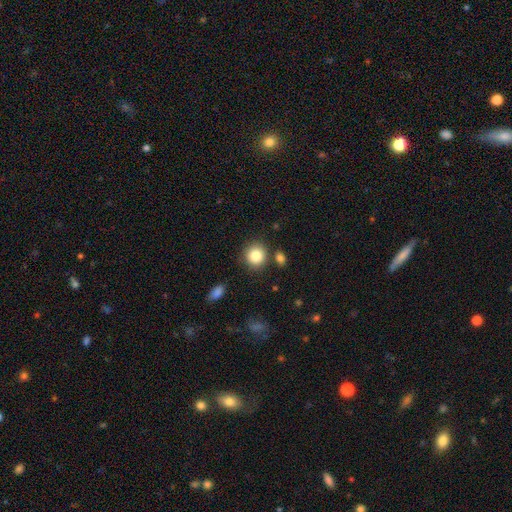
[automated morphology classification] Smooth or featured: smooth — 86% (star or artifact — 9%)
How rounded: round — 85% (in between — 14%)
Merging: none — 80% (minor disturbance — 10%)